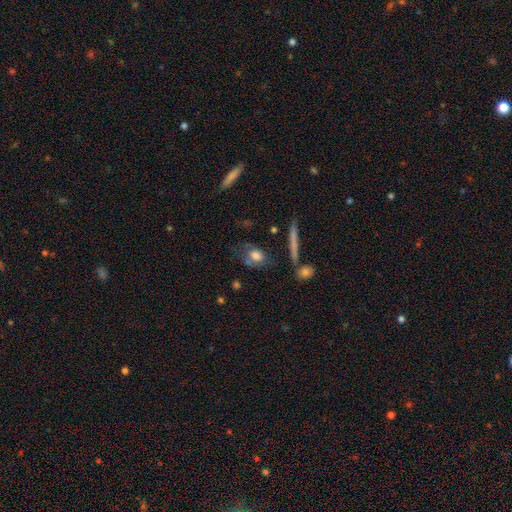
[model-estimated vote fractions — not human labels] A smooth galaxy with no disk features (66%) that is in between round and cigar-shaped (61%).

Vote fractions:
- Smooth or featured? smooth: 66% / featured or disk: 25% / star or artifact: 9%
- How rounded? in between: 61% / round: 29% / cigar-shaped: 11%
- Merging? none: 51% / minor disturbance: 24% / major disturbance: 17% / merger: 8%